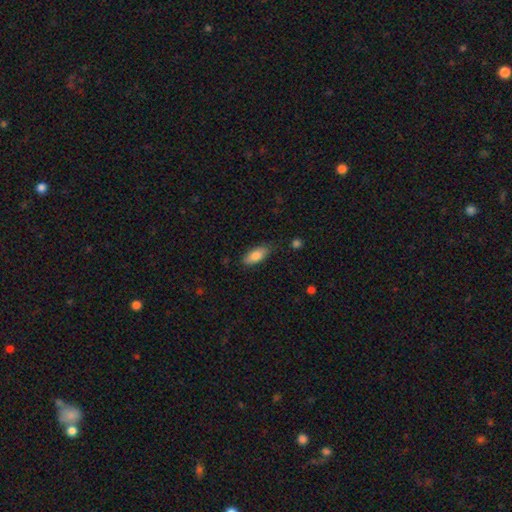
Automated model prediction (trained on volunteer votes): Overall: smooth (81%). How rounded: in between (82%). Merging: none (80%).